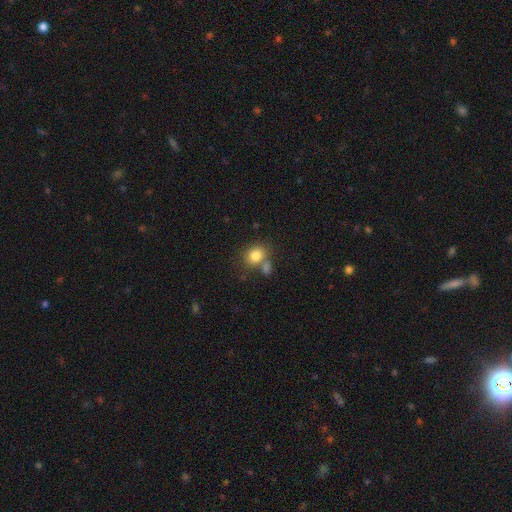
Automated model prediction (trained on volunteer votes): The model was most divided on "how rounded": round: 60%, in between: 39%, cigar-shaped: 1%. More confident: smooth or featured — smooth (81%); merging — none (57%).